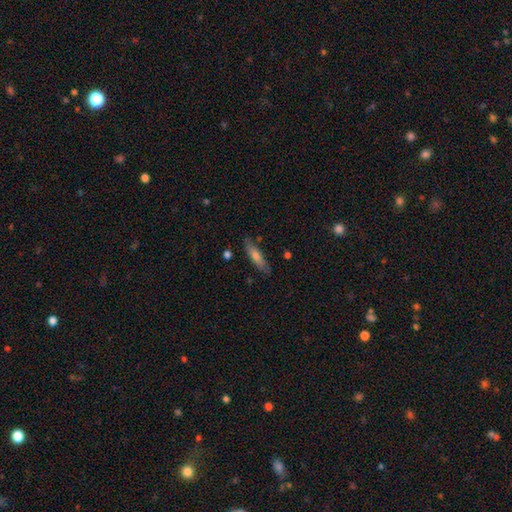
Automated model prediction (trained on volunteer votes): Morphology: type=smooth (65%); roundness=cigar-shaped (73%); merging=none (83%).